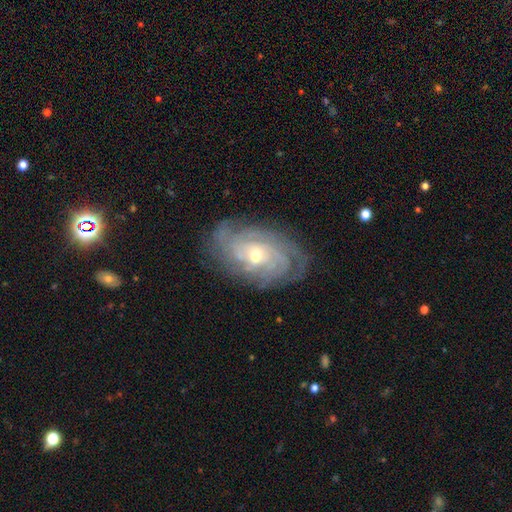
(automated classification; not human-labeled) Smooth or featured? Predicted: featured or disk (p=0.86). Edge-on disk? Predicted: no (p=0.95). Bar? Predicted: no (p=0.61). Spiral arms? Predicted: yes (p=0.96). Spiral winding? Predicted: tight (p=0.75). Spiral arm count? Predicted: can't tell (p=0.31). Bulge size? Predicted: small (p=0.56). Merging? Predicted: none (p=0.80).